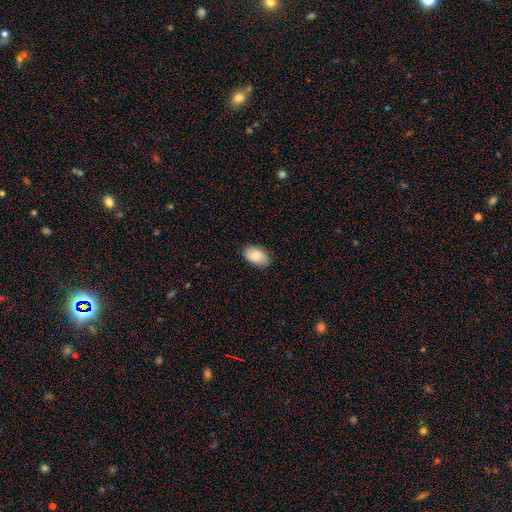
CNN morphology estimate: The model was most divided on "merging": none: 83%, minor disturbance: 14%, major disturbance: 2%, merger: 1%. More confident: how rounded — in between (92%); smooth or featured — smooth (84%).